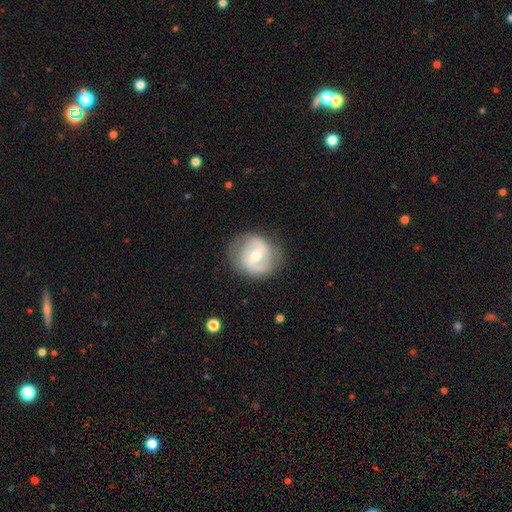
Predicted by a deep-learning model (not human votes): Smooth or featured?
  - featured or disk: 69% *
  - smooth: 25%
  - star or artifact: 6%
Edge-on disk?
  - no: 97% *
  - yes: 3%
Bar?
  - weak: 49% *
  - no: 29%
  - strong: 21%
Spiral arms?
  - yes: 83% *
  - no: 17%
Spiral winding?
  - medium: 47% *
  - tight: 30%
  - loose: 23%
Spiral arm count?
  - 2: 83% *
  - can't tell: 9%
  - 1: 4%
  - 3: 2%
  - 4: 1%
  - more than 4: 1%
Bulge size?
  - moderate: 63% *
  - small: 30%
  - large: 4%
  - none: 1%
  - dominant: 1%
Merging?
  - none: 76% *
  - minor disturbance: 16%
  - major disturbance: 6%
  - merger: 1%